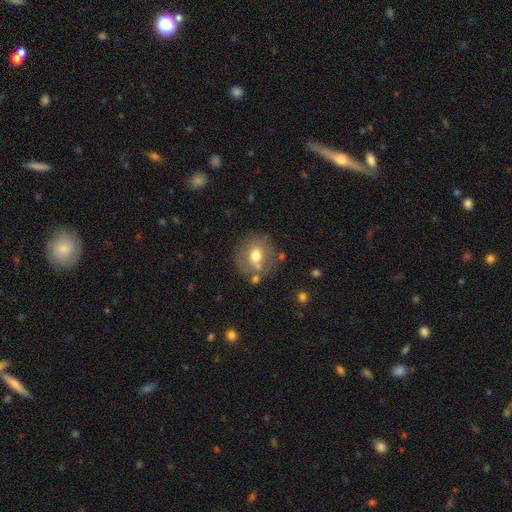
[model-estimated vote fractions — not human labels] A smooth galaxy with no disk features (62%) that is round (80%). Merging: none (71%).